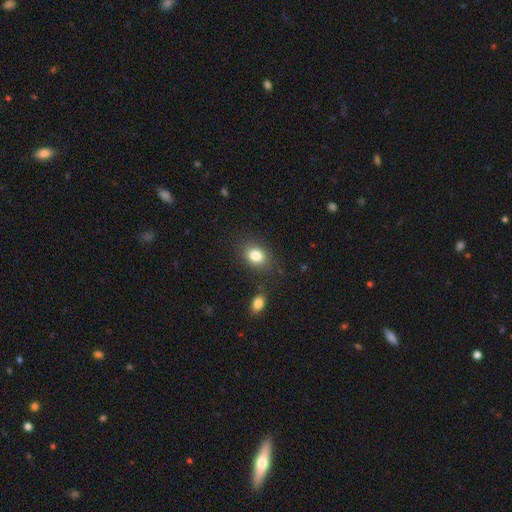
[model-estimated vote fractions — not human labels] smooth 83%, star or artifact 10%, featured or disk 7%. Down the decision tree: how rounded — in between (63%); merging — none (82%).